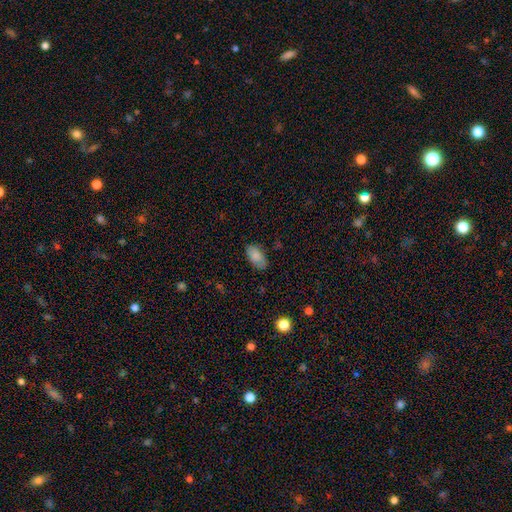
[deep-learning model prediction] Smooth or featured?
  - smooth: 85% *
  - featured or disk: 8%
  - star or artifact: 7%
How rounded?
  - in between: 94% *
  - round: 3%
  - cigar-shaped: 3%
Merging?
  - none: 80% *
  - minor disturbance: 16%
  - major disturbance: 3%
  - merger: 1%